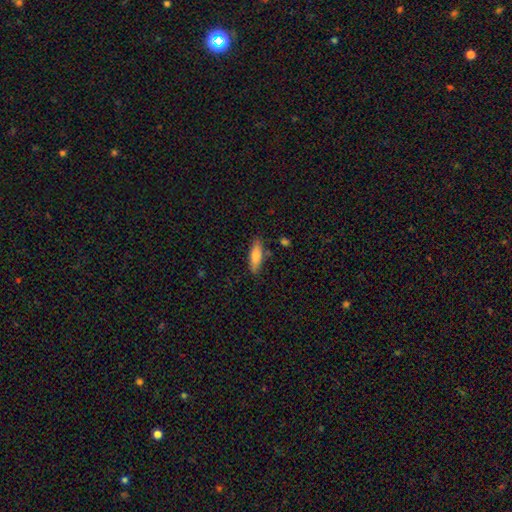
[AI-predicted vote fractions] This is likely a smooth galaxy (79%). How rounded: possibly in between (50%). Merging: likely none (79%).